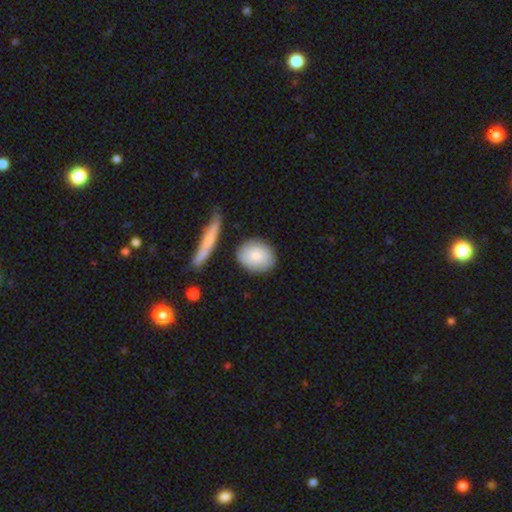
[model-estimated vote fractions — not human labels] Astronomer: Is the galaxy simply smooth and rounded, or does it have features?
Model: smooth — 72%.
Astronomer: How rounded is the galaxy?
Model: round — 53% (runner-up: in between, 45%).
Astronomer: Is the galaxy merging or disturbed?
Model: none — 77%.